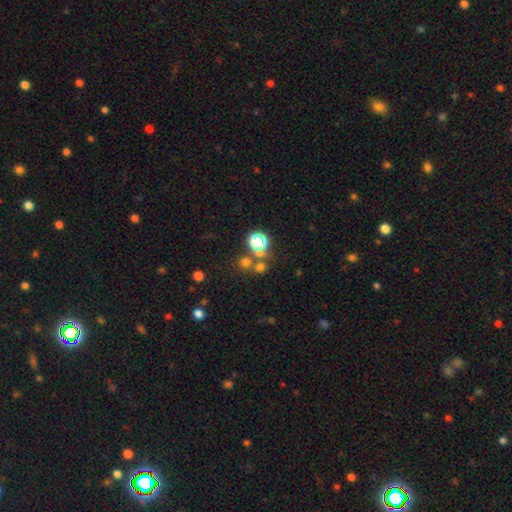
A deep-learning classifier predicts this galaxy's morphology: Smooth or featured?
  - star or artifact: 51% *
  - smooth: 39%
  - featured or disk: 10%